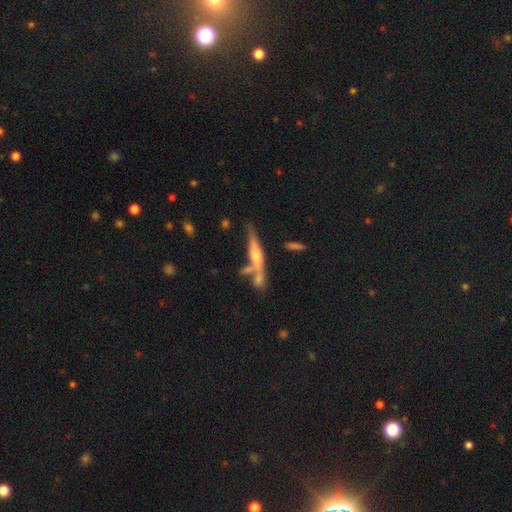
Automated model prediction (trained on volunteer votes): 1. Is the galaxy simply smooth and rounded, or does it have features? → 72% featured or disk, 20% smooth, 8% star or artifact.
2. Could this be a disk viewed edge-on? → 93% yes, 7% no.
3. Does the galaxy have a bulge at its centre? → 87% rounded, 7% none, 6% boxy.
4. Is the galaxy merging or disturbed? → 60% none, 21% merger, 13% minor disturbance, 5% major disturbance.